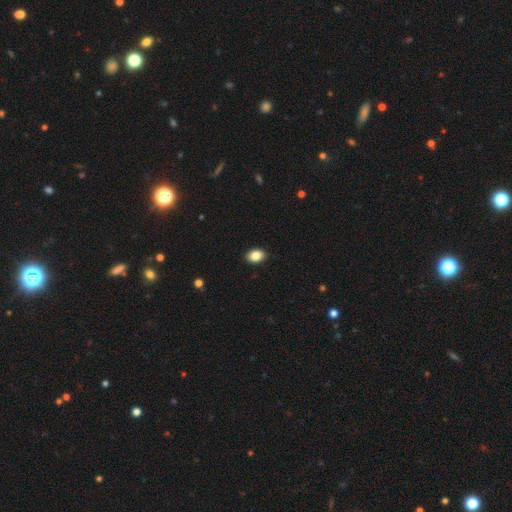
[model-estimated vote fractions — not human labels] smooth_or_featured: smooth (p=0.86) [alt: star or artifact p=0.09]
how_rounded: in between (p=0.73) [alt: round p=0.26]
merging: none (p=0.89) [alt: minor disturbance p=0.08]